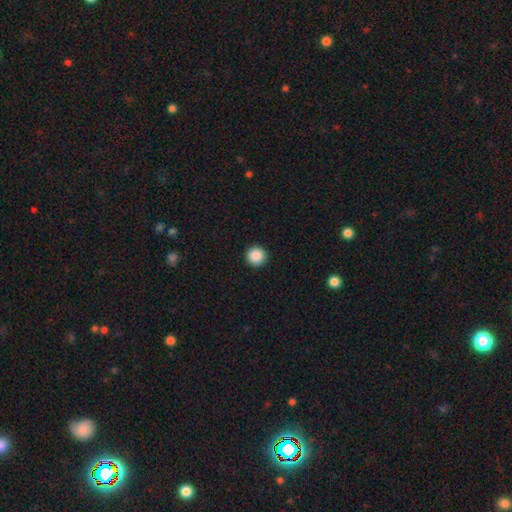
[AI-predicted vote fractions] Q: Smooth or featured?
A: smooth (88%); runner-up: star or artifact (9%)
Q: How rounded?
A: round (96%); runner-up: in between (3%)
Q: Merging?
A: none (94%); runner-up: minor disturbance (4%)